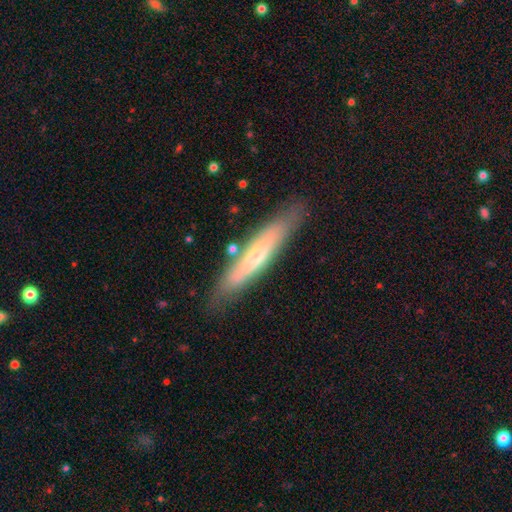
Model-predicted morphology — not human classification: The model was most divided on "smooth or featured": smooth: 49%, featured or disk: 44%, star or artifact: 6%. More confident: merging — none (80%).